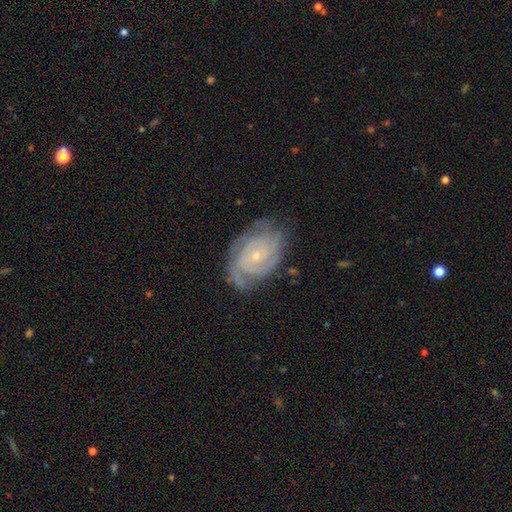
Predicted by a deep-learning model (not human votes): Smooth or featured? Predicted: featured or disk (p=0.85). Edge-on disk? Predicted: no (p=0.97). Bar? Predicted: no (p=0.66). Spiral arms? Predicted: yes (p=0.97). Spiral winding? Predicted: tight (p=0.70). Spiral arm count? Predicted: 2 (p=0.32). Bulge size? Predicted: small (p=0.75). Merging? Predicted: none (p=0.73).